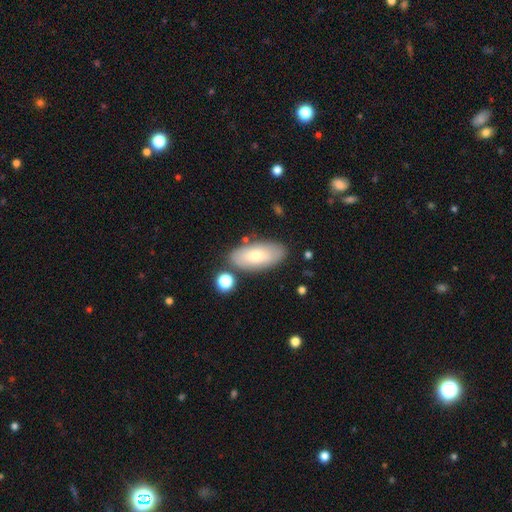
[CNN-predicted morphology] This appears to be a smooth galaxy with no disk features (72%) that is in between round and cigar-shaped (91%). Merging: none (79%).